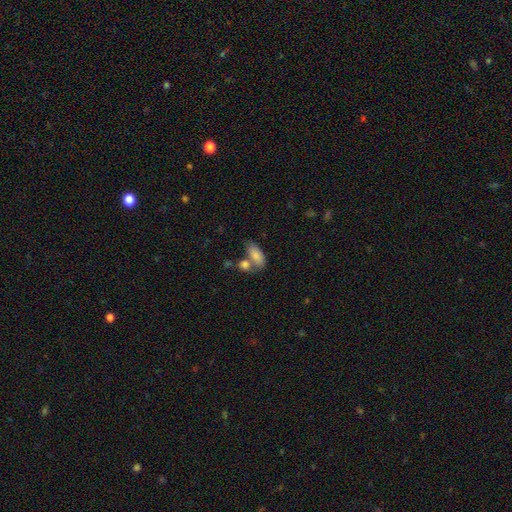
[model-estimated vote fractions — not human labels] Smooth or featured? smooth (82%)
How rounded? in between (88%)
Merging? merger (42%)